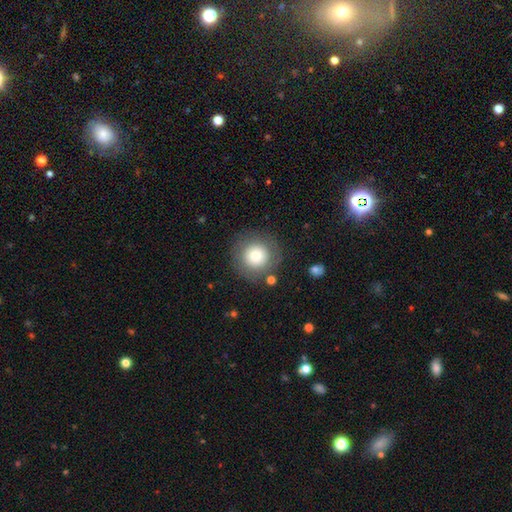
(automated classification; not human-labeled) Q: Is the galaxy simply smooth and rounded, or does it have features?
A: smooth — 76%.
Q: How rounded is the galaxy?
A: round — 95%.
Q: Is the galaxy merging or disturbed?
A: none — 85%.